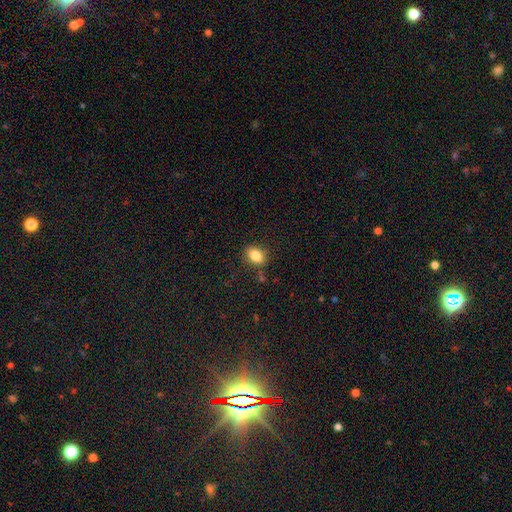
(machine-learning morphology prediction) Overall: smooth (83%). How rounded: in between (75%). Merging: none (83%).